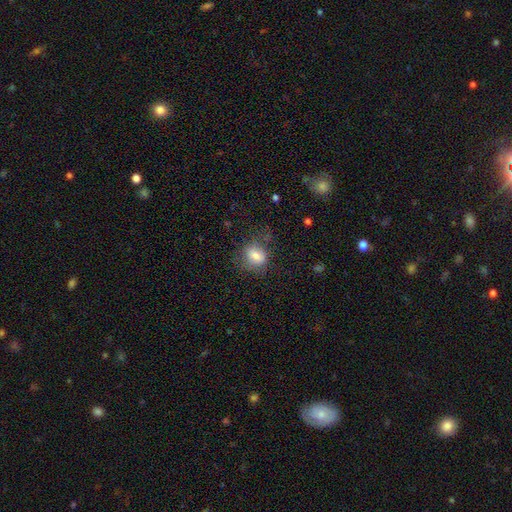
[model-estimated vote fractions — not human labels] This appears to be a smooth galaxy with no disk features (74%) that is round (57%). Merging: none (67%).